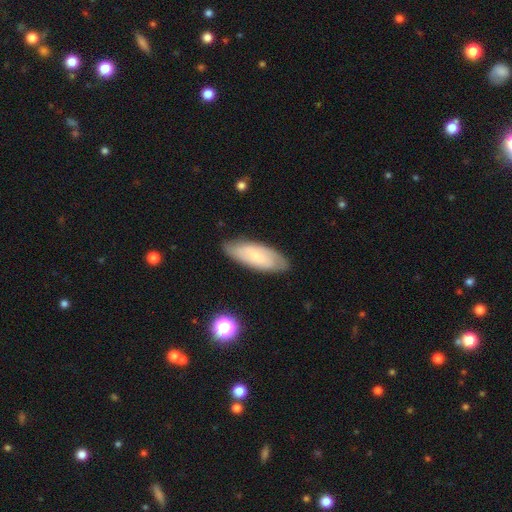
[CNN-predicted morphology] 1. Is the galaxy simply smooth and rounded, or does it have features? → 57% smooth, 35% featured or disk, 7% star or artifact.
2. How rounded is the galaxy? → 72% in between, 26% cigar-shaped, 2% round.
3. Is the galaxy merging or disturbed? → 80% none, 16% minor disturbance, 3% major disturbance, 1% merger.